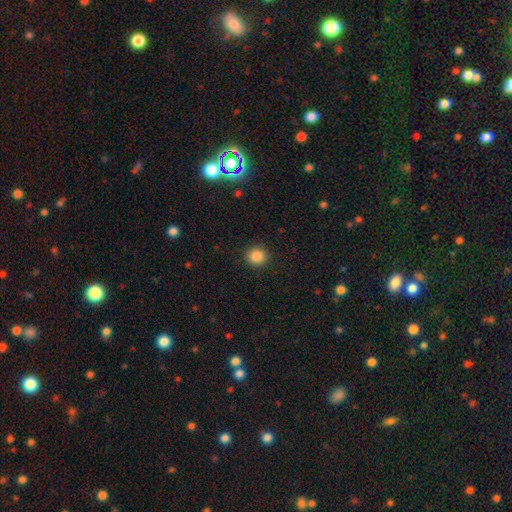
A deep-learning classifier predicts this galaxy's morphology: This is clearly a smooth galaxy (86%). How rounded: clearly round (87%). Merging: clearly none (91%).